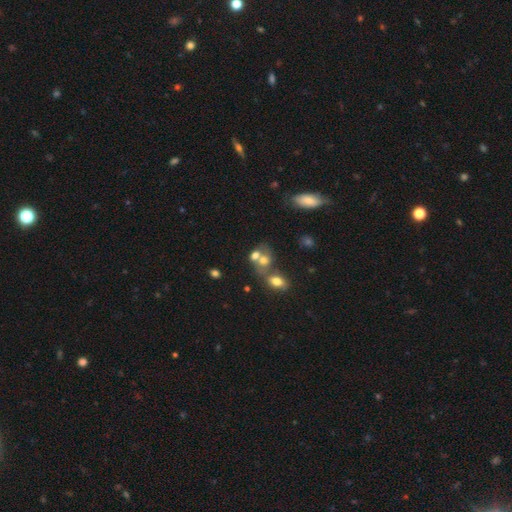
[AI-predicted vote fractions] Smooth or featured? smooth (65%)
How rounded? in between (51%)
Merging? merger (58%)